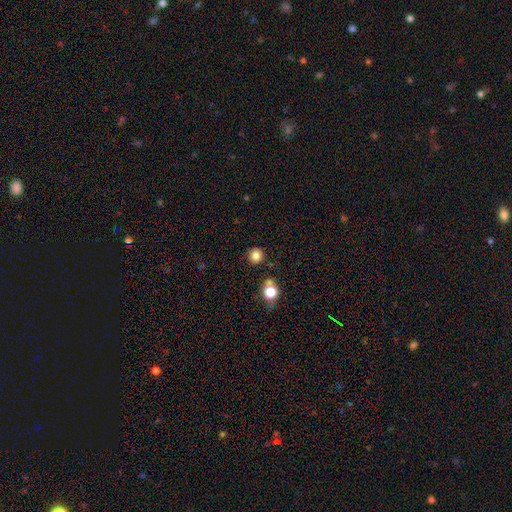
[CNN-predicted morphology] smooth 83%, star or artifact 13%, featured or disk 5%. Down the decision tree: how rounded — round (93%); merging — none (86%).